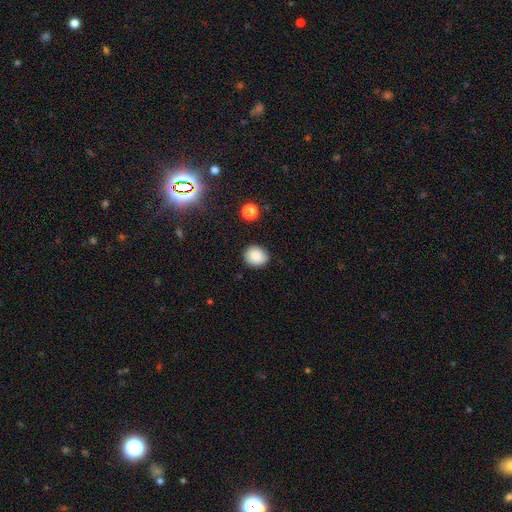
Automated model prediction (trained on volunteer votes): smooth_or_featured: smooth (p=0.85) [alt: star or artifact p=0.09]
how_rounded: round (p=0.68) [alt: in between p=0.31]
merging: none (p=0.83) [alt: minor disturbance p=0.13]